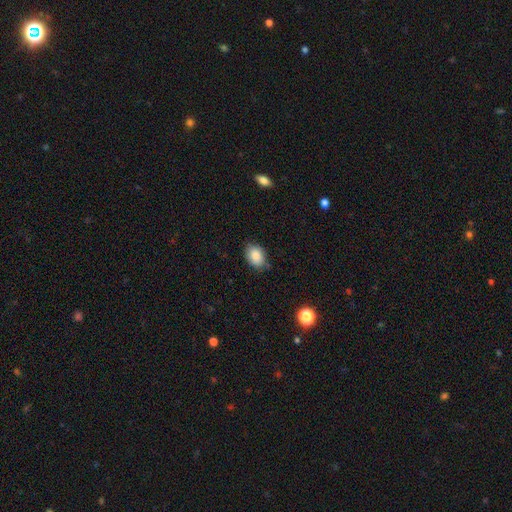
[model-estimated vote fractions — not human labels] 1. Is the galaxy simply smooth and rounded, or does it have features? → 86% smooth, 8% star or artifact, 6% featured or disk.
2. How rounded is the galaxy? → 76% in between, 22% round, 1% cigar-shaped.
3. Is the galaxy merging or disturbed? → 80% none, 15% minor disturbance, 3% major disturbance, 2% merger.